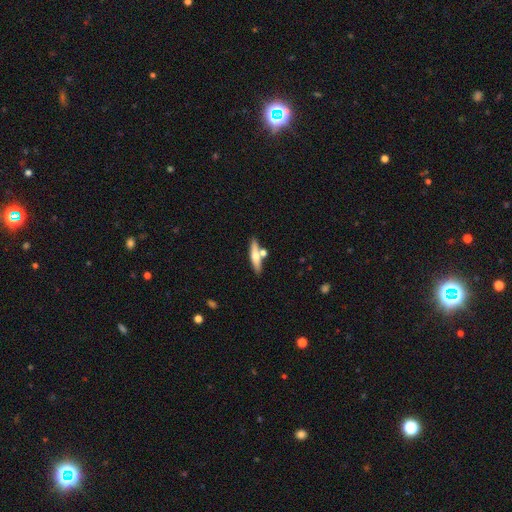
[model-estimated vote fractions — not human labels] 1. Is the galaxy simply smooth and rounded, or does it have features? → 55% smooth, 39% featured or disk, 6% star or artifact.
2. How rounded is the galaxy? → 79% cigar-shaped, 18% in between, 3% round.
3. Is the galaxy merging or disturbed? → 68% none, 18% merger, 11% minor disturbance, 3% major disturbance.